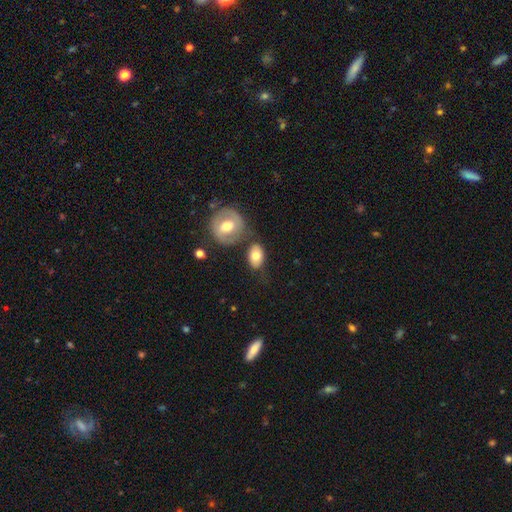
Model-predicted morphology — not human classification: The model was most divided on "merging": none: 64%, minor disturbance: 17%, merger: 14%, major disturbance: 5%. More confident: how rounded — in between (79%); smooth or featured — smooth (72%).